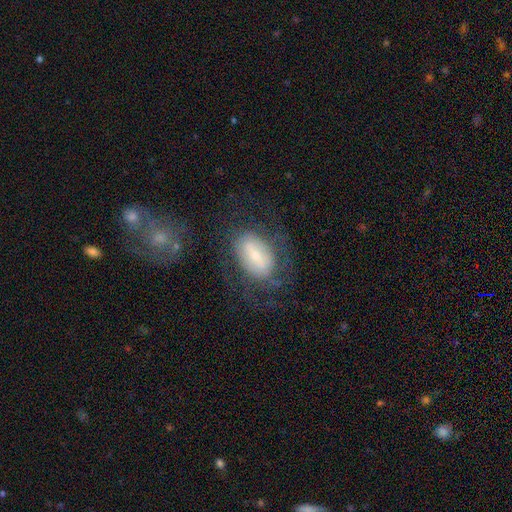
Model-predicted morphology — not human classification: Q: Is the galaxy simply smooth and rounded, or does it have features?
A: featured or disk — 56%.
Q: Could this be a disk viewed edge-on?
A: no — 92%.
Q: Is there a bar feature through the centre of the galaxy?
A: weak — 40%.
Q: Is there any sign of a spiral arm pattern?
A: yes — 62%.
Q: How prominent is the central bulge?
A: small — 61%.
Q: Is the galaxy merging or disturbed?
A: none — 60%.